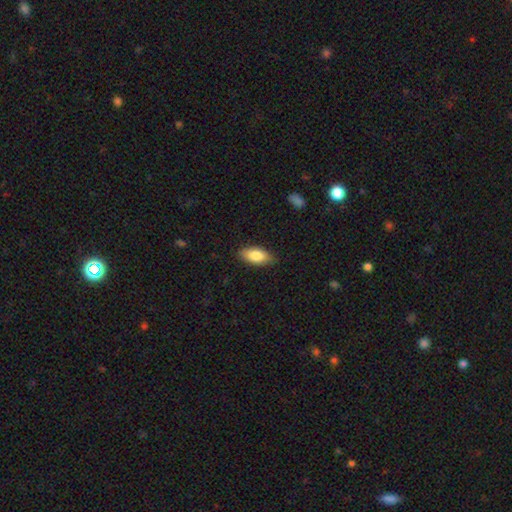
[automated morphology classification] Smooth or featured: smooth — 84% (featured or disk — 10%)
How rounded: in between — 89% (cigar-shaped — 8%)
Merging: none — 85% (minor disturbance — 12%)